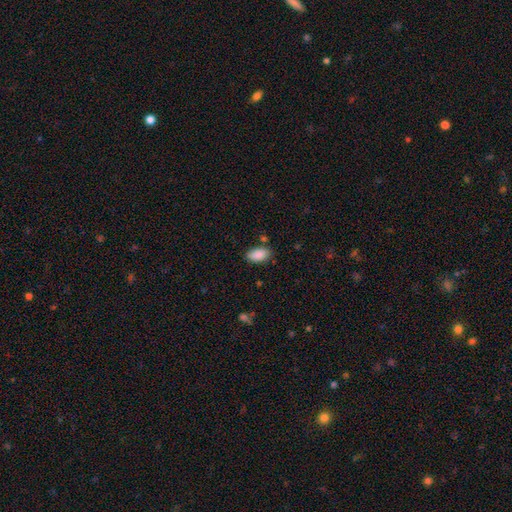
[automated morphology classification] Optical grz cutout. It shows a smooth galaxy with no disk features (89%) that is in between round and cigar-shaped (94%). Merging: none (78%).